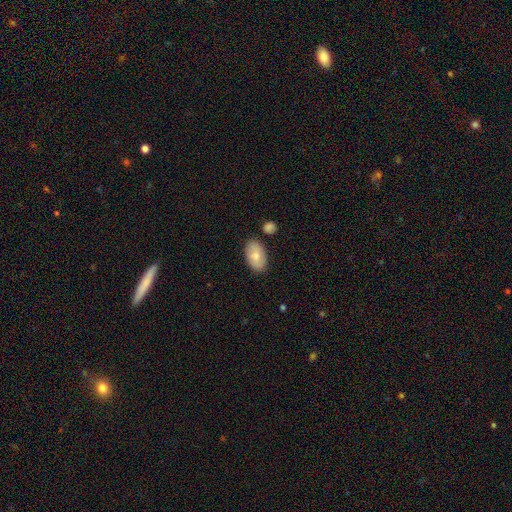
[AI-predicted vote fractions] This appears to be a smooth galaxy with no disk features (79%) that is in between round and cigar-shaped (94%). Merging: none (83%).